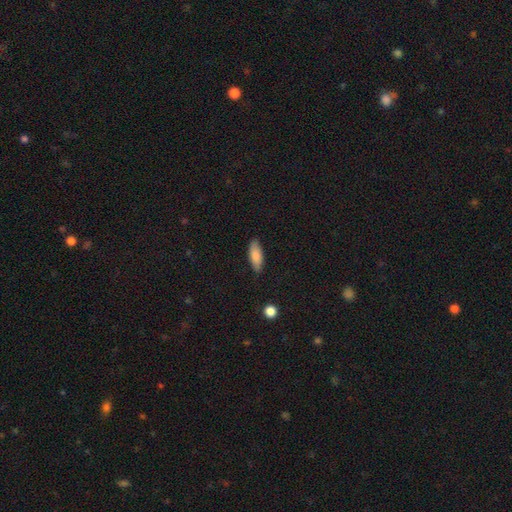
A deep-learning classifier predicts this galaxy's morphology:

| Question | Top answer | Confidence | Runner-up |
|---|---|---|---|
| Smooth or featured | smooth | 85% | featured or disk (9%) |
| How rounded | in between | 73% | cigar-shaped (25%) |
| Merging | none | 82% | minor disturbance (14%) |